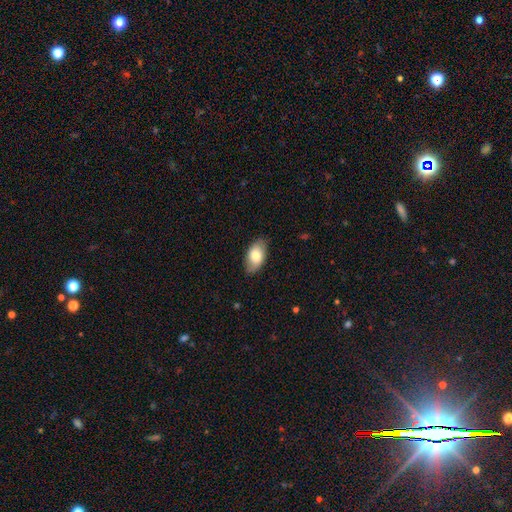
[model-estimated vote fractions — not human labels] Overall: smooth (78%). How rounded: in between (94%). Merging: none (83%).